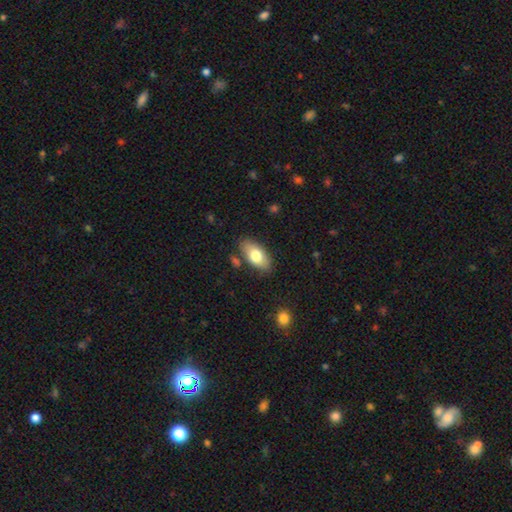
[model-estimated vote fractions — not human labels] smooth-or-featured: smooth: 76% | featured or disk: 18% | star or artifact: 6%
  how-rounded: in between: 92% | cigar-shaped: 4% | round: 4%
  merging: none: 81% | minor disturbance: 13% | merger: 3% | major disturbance: 3%